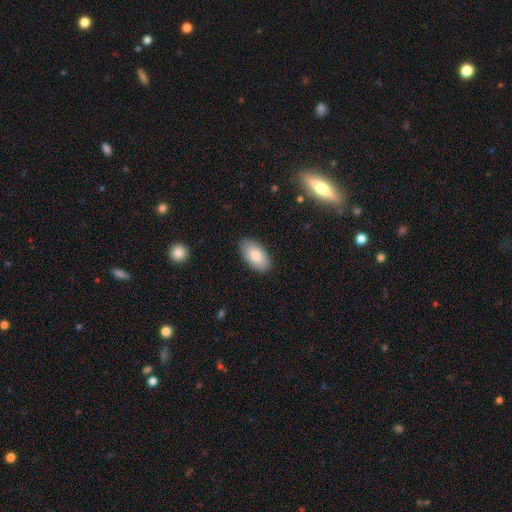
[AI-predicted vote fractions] This is clearly a smooth galaxy (85%). How rounded: clearly in between (95%). Merging: clearly none (87%).